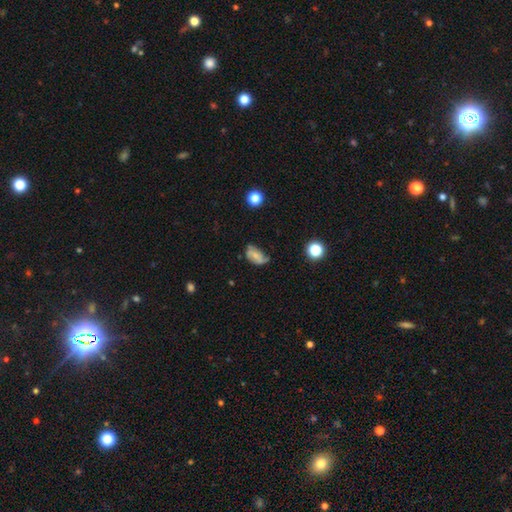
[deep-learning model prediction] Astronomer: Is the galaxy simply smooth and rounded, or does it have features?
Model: smooth — 51% (runner-up: featured or disk, 39%).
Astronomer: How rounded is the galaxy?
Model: in between — 89%.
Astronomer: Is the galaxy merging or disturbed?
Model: none — 43% (runner-up: minor disturbance, 38%).